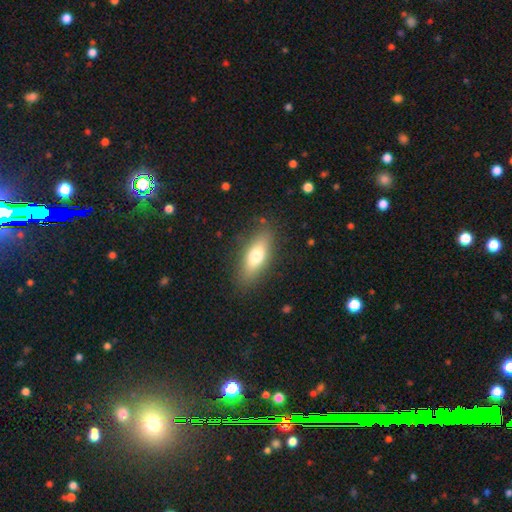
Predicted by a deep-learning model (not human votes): smooth 69%, featured or disk 23%, star or artifact 7%. Down the decision tree: how rounded — in between (66%); merging — none (84%).